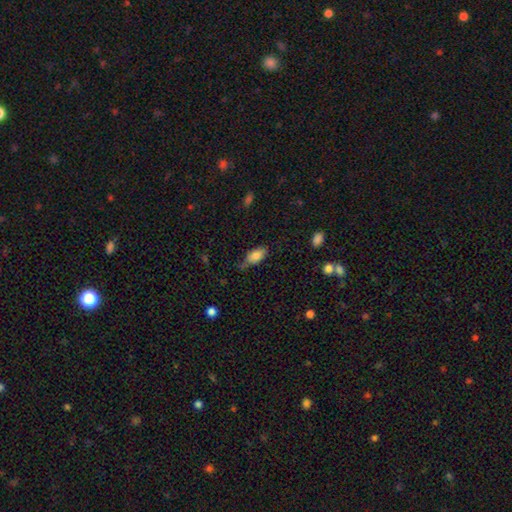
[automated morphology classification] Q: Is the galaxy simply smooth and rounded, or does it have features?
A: smooth — 82%.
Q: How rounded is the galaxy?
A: in between — 91%.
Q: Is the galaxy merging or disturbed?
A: none — 61%.